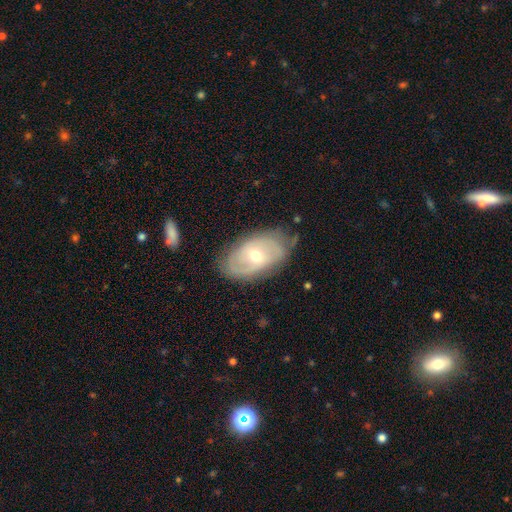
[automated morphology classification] The model was most divided on "bar": no: 59%, weak: 32%, strong: 9%. More confident: edge-on disk — no (92%); bulge size — moderate (72%); merging — none (71%); spiral arms — yes (63%); smooth or featured — featured or disk (63%).